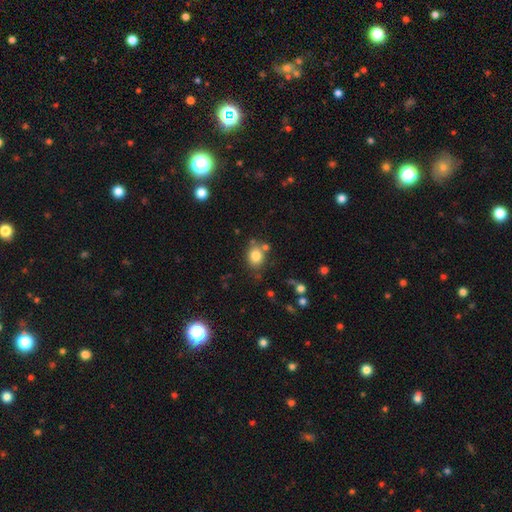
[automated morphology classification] The model was most divided on "how rounded": round: 55%, in between: 44%, cigar-shaped: 1%. More confident: smooth or featured — smooth (81%); merging — none (72%).